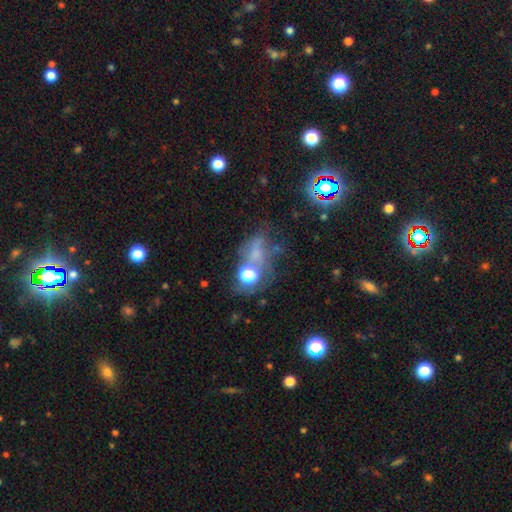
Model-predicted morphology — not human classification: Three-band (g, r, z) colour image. It shows a star or artifact, not a galaxy (41%).